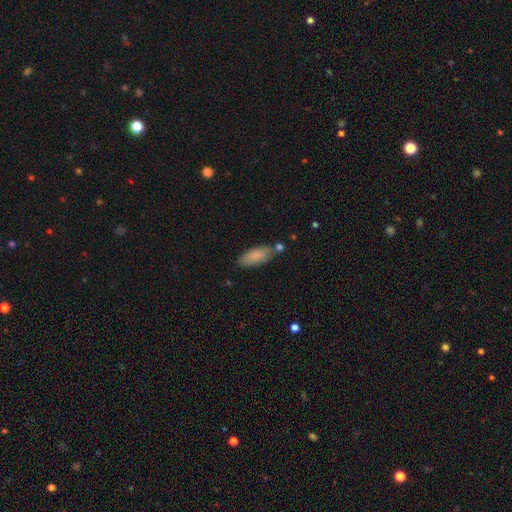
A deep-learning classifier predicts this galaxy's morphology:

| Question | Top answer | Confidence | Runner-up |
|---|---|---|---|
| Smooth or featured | smooth | 84% | featured or disk (10%) |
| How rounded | in between | 81% | cigar-shaped (18%) |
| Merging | none | 66% | minor disturbance (21%) |